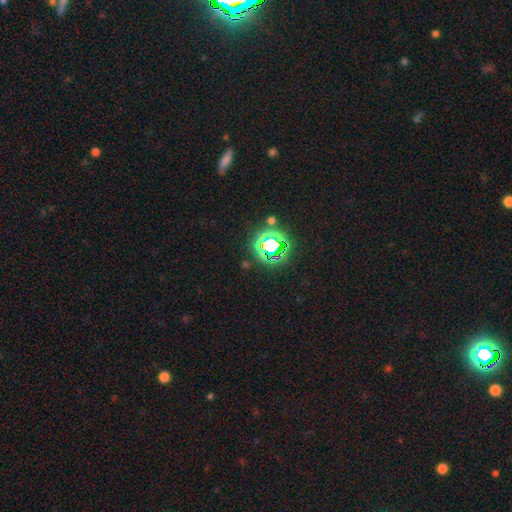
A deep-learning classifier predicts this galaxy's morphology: Q: Smooth or featured?
A: star or artifact (76%); runner-up: smooth (17%)